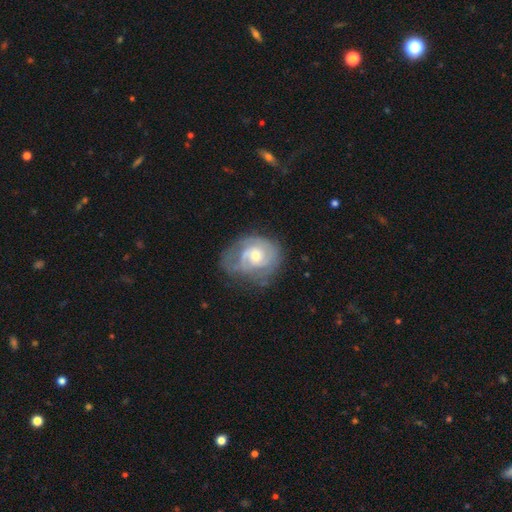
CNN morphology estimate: Smooth or featured: featured or disk — 76% (smooth — 18%)
Edge-on disk: no — 97% (yes — 3%)
Bar: no — 65% (weak — 31%)
Spiral arms: yes — 89% (no — 11%)
Spiral winding: tight — 55% (medium — 34%)
Spiral arm count: 2 — 42% (can't tell — 31%)
Bulge size: moderate — 53% (small — 41%)
Merging: none — 57% (minor disturbance — 25%)